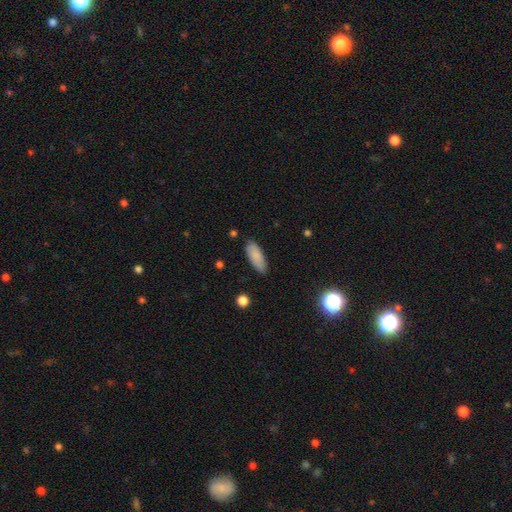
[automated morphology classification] Smooth or featured: smooth — 85% (featured or disk — 9%)
How rounded: in between — 73% (cigar-shaped — 25%)
Merging: none — 82% (minor disturbance — 14%)